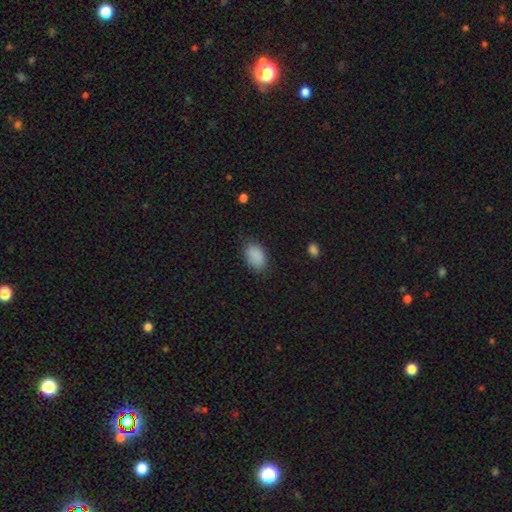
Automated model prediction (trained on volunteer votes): The model was most divided on "merging": none: 76%, minor disturbance: 18%, major disturbance: 4%, merger: 1%. More confident: smooth or featured — smooth (88%); how rounded — in between (87%).